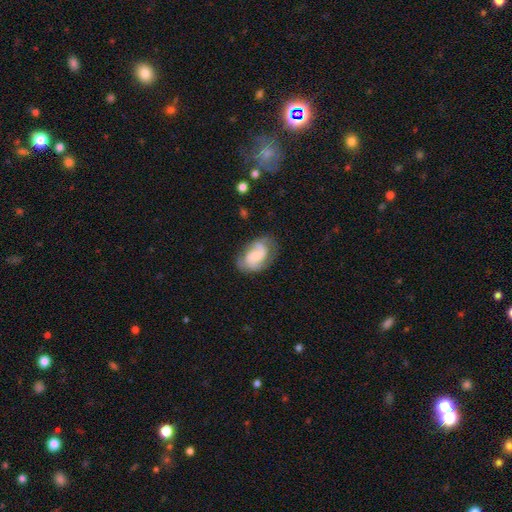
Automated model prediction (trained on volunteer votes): Smooth or featured? Predicted: featured or disk (p=0.68). Edge-on disk? Predicted: no (p=0.97). Bar? Predicted: no (p=0.59). Spiral arms? Predicted: yes (p=0.91). Spiral winding? Predicted: medium (p=0.47). Spiral arm count? Predicted: 2 (p=0.75). Bulge size? Predicted: small (p=0.52). Merging? Predicted: none (p=0.63).